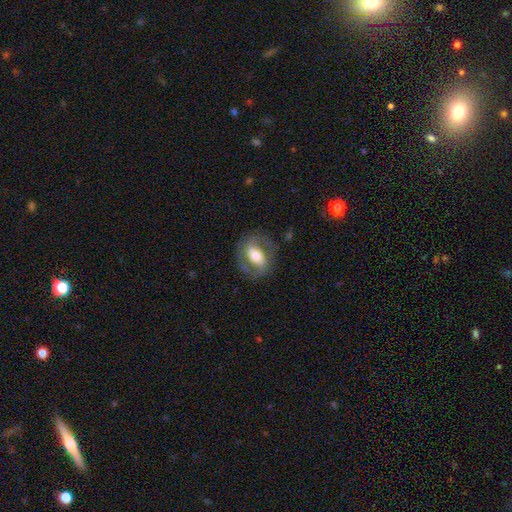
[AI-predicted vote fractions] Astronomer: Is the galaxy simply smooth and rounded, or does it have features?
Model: featured or disk — 61%.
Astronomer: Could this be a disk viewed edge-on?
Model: no — 93%.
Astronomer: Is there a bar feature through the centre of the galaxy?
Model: strong — 38% (runner-up: weak, 32%).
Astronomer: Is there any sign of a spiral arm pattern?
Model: yes — 65%.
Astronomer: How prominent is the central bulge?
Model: moderate — 60%.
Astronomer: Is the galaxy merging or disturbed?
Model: none — 75%.